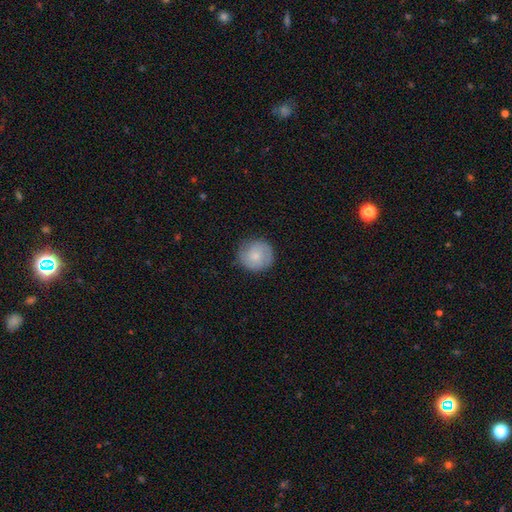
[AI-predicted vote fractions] Q: Smooth or featured?
A: smooth (65%); runner-up: featured or disk (29%)
Q: How rounded?
A: round (92%); runner-up: in between (7%)
Q: Merging?
A: none (81%); runner-up: minor disturbance (14%)